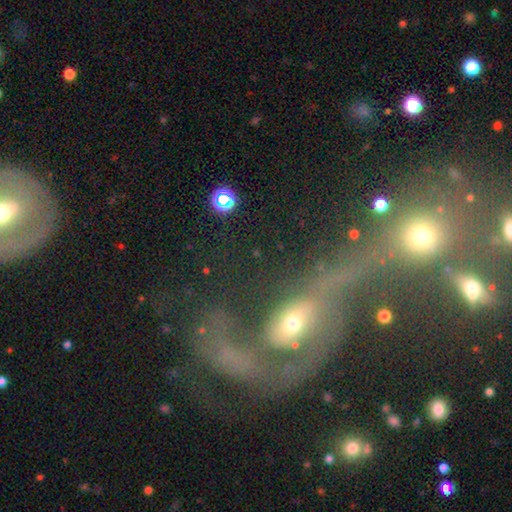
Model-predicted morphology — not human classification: A featured or disk galaxy (63%) with no bar (58%), spiral arms (71%) and a moderate central bulge (49%).

Vote fractions:
- Smooth or featured? featured or disk: 63% / smooth: 22% / star or artifact: 15%
- Edge-on disk? no: 91% / yes: 9%
- Bar? no: 58% / weak: 29% / strong: 13%
- Spiral arms? yes: 71% / no: 29%
- Bulge size? moderate: 49% / small: 36% / large: 7% / none: 6% / dominant: 3%
- Merging? merger: 48% / major disturbance: 21% / none: 21% / minor disturbance: 10%